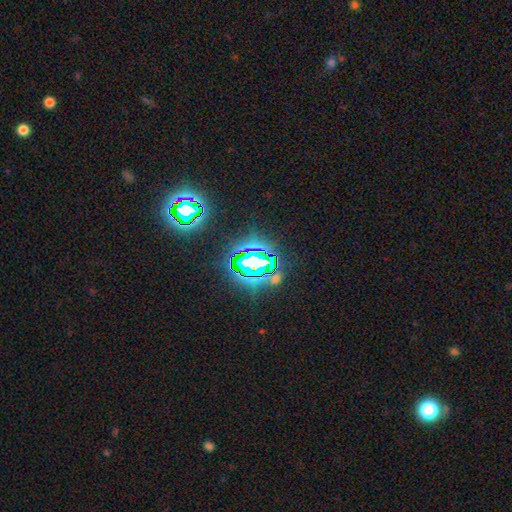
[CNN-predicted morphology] star or artifact 75%, smooth 14%, featured or disk 11%.